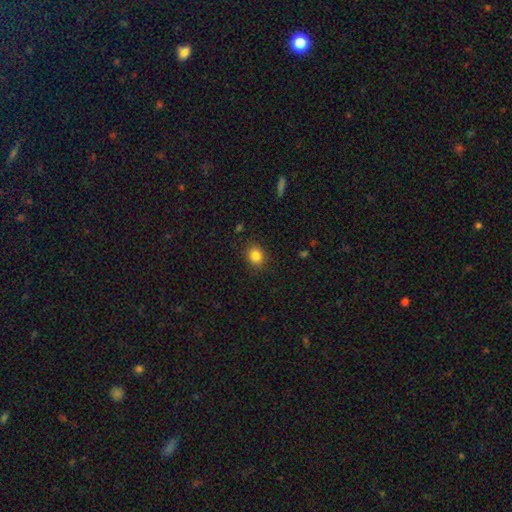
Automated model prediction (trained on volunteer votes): smooth-or-featured: smooth: 84% | star or artifact: 11% | featured or disk: 5%
  how-rounded: round: 70% | in between: 29% | cigar-shaped: 1%
  merging: none: 87% | minor disturbance: 9% | major disturbance: 3% | merger: 1%